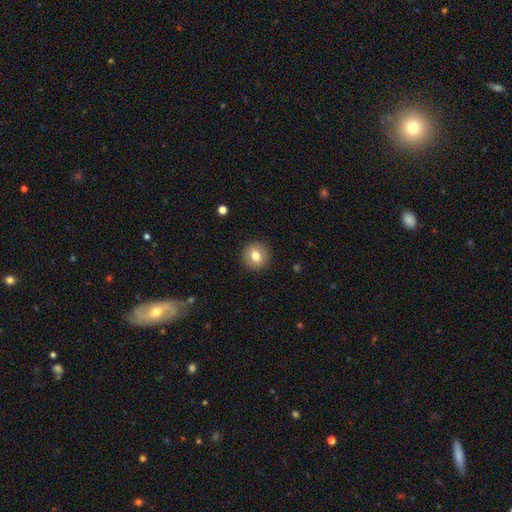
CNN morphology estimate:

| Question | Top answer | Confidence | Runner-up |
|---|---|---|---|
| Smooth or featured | smooth | 76% | featured or disk (15%) |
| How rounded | round | 91% | in between (8%) |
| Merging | none | 91% | minor disturbance (6%) |